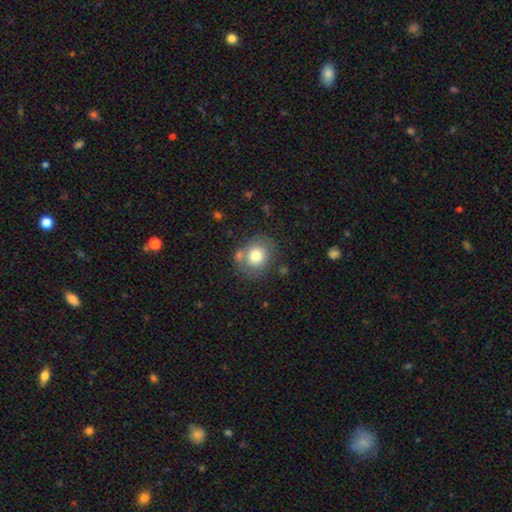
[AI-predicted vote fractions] This is likely a smooth galaxy (76%). How rounded: likely round (75%). Merging: likely none (70%).